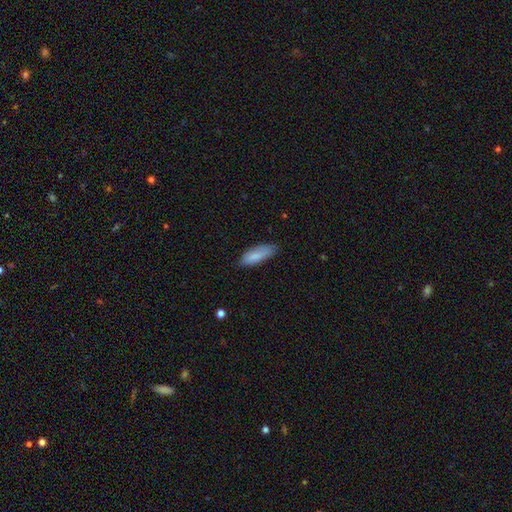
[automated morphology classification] smooth-or-featured: smooth: 83% | featured or disk: 11% | star or artifact: 6%
  how-rounded: in between: 67% | cigar-shaped: 31% | round: 2%
  merging: none: 71% | minor disturbance: 23% | major disturbance: 4% | merger: 1%